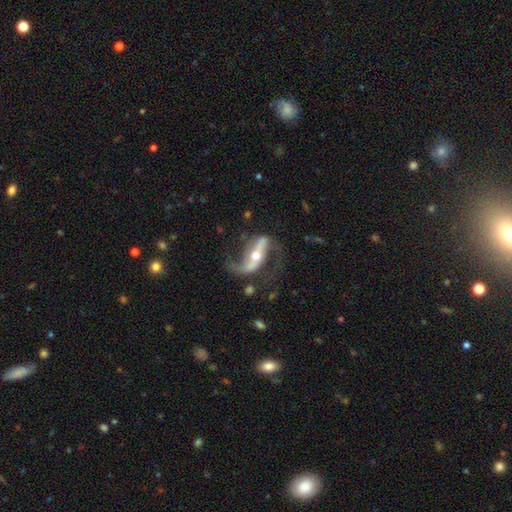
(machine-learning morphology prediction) A featured or disk galaxy (87%) with a strong bar (61%), 2 (90%) loose (70%) spiral arms (93%) and a moderate central bulge (61%).

Vote fractions:
- Smooth or featured? featured or disk: 87% / smooth: 8% / star or artifact: 5%
- Edge-on disk? no: 88% / yes: 12%
- Bar? strong: 61% / weak: 21% / no: 18%
- Spiral arms? yes: 93% / no: 7%
- Spiral winding? loose: 70% / medium: 24% / tight: 7%
- Spiral arm count? 2: 90% / 1: 5% / can't tell: 2% / 3: 1% / 4: 1% / more than 4: 1%
- Bulge size? moderate: 61% / small: 32% / large: 4% / none: 1% / dominant: 1%
- Merging? none: 63% / major disturbance: 17% / minor disturbance: 16% / merger: 3%